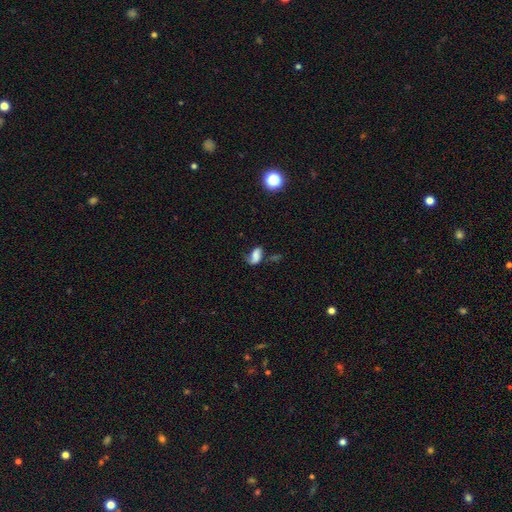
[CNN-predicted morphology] Q: Smooth or featured?
A: smooth (59%); runner-up: featured or disk (28%)
Q: How rounded?
A: in between (86%); runner-up: round (8%)
Q: Merging?
A: none (39%); runner-up: minor disturbance (30%)